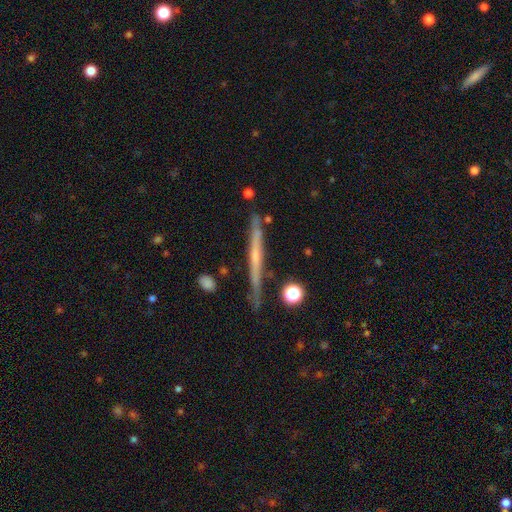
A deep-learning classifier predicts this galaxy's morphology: Smooth or featured? featured or disk (64%)
Edge-on disk? yes (96%)
Edge-on bulge? none (68%)
Merging? none (82%)